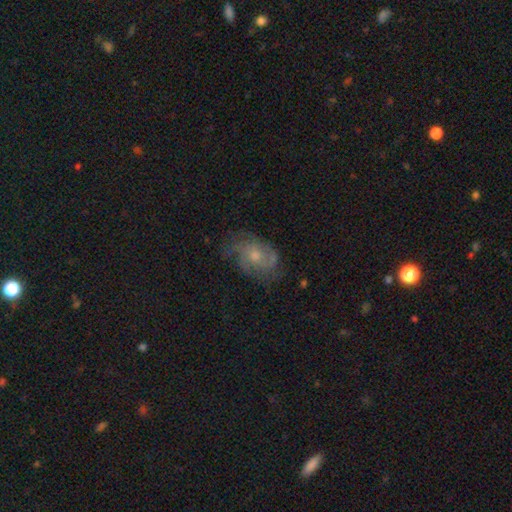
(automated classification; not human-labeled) Smooth or featured? featured or disk (73%)
Edge-on disk? no (97%)
Bar? no (78%)
Spiral arms? yes (89%)
Spiral winding? medium (43%)
Spiral arm count? can't tell (30%)
Bulge size? moderate (47%, tied with small)
Merging? none (66%)